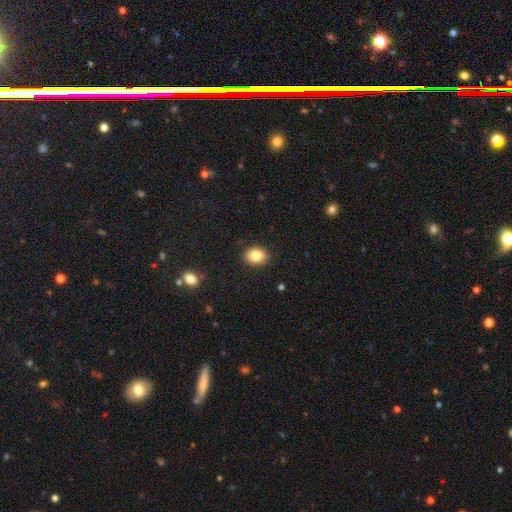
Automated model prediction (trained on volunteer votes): Morphology: type=smooth (83%); roundness=round (51%); merging=none (90%).